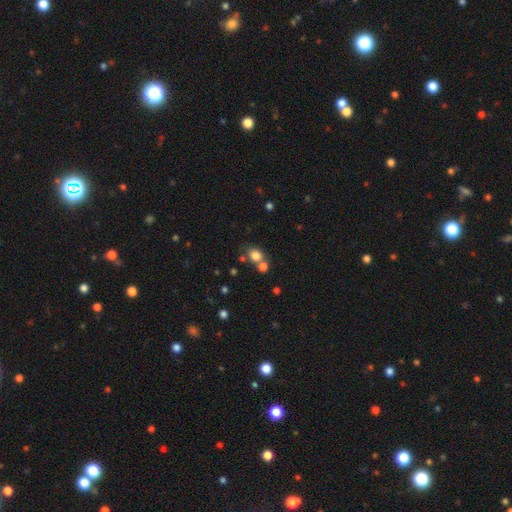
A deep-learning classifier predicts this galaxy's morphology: Smooth or featured? Predicted: smooth (p=0.79). How rounded? Predicted: round (p=0.65). Merging? Predicted: none (p=0.52).